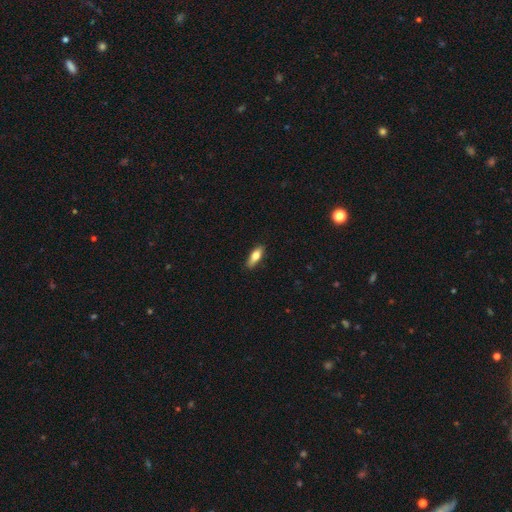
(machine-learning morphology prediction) Smooth or featured? Predicted: smooth (p=0.70). How rounded? Predicted: in between (p=0.63). Merging? Predicted: none (p=0.85).